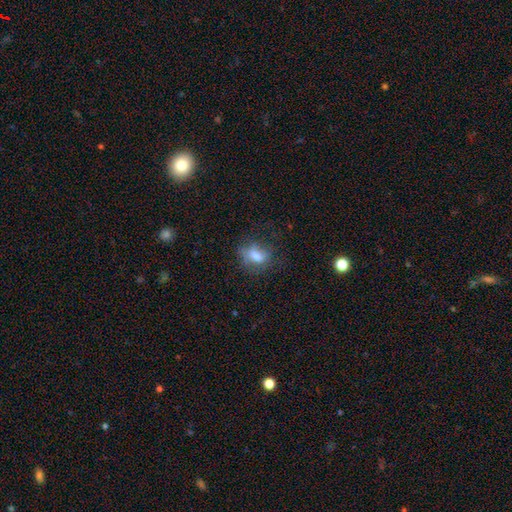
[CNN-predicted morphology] Smooth or featured: smooth — 62% (featured or disk — 24%)
How rounded: in between — 69% (round — 22%)
Merging: none — 55% (minor disturbance — 24%)